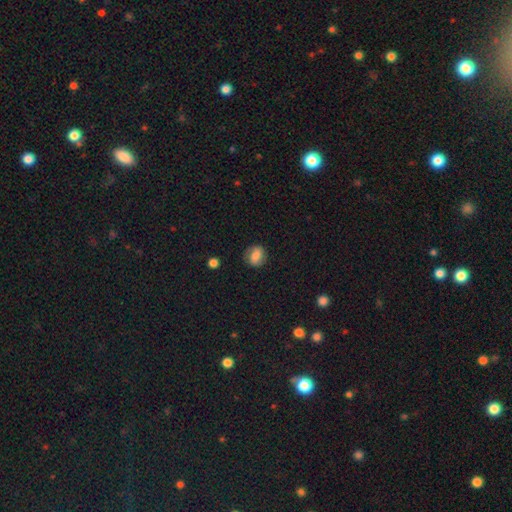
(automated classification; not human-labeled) Smooth or featured? Predicted: smooth (p=0.68). How rounded? Predicted: round (p=0.67). Merging? Predicted: none (p=0.82).